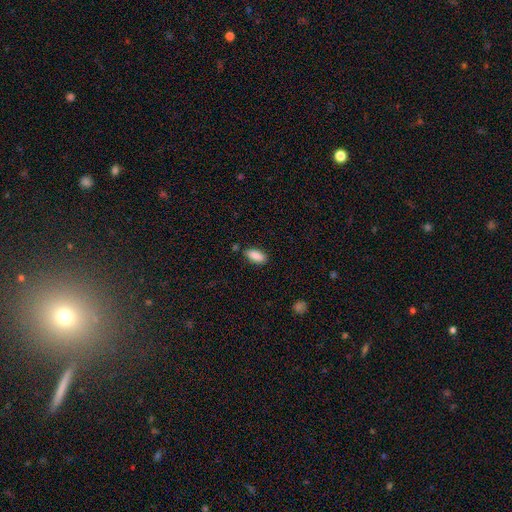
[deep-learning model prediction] The model was most divided on "merging": none: 82%, minor disturbance: 12%, merger: 3%, major disturbance: 3%. More confident: smooth or featured — smooth (89%); how rounded — in between (87%).